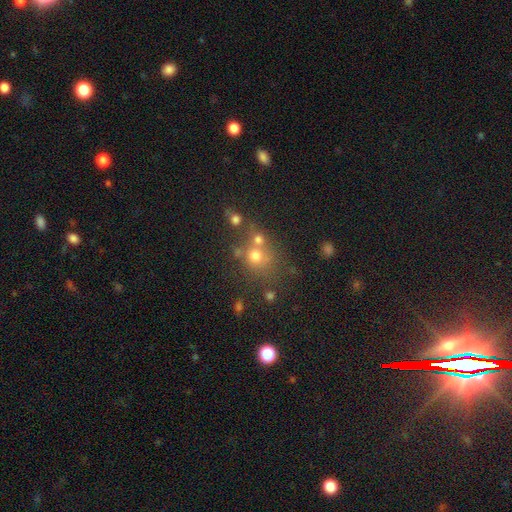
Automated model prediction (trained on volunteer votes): smooth_or_featured: smooth (p=0.64) [alt: star or artifact p=0.21]
how_rounded: round (p=0.82) [alt: in between p=0.17]
merging: none (p=0.50) [alt: merger p=0.34]